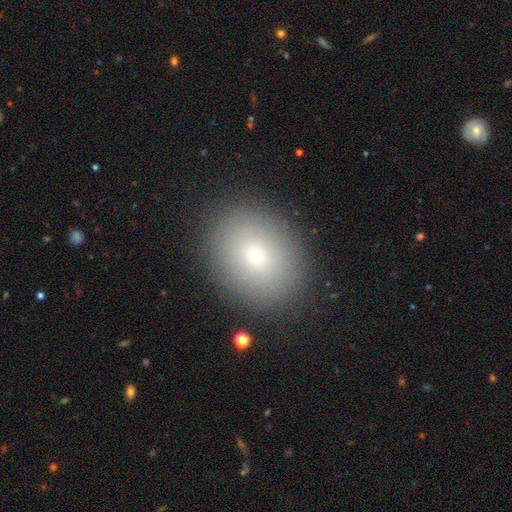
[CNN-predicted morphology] This appears to be a smooth galaxy with no disk features (77%) that is in between round and cigar-shaped (53%). Merging: none (88%).